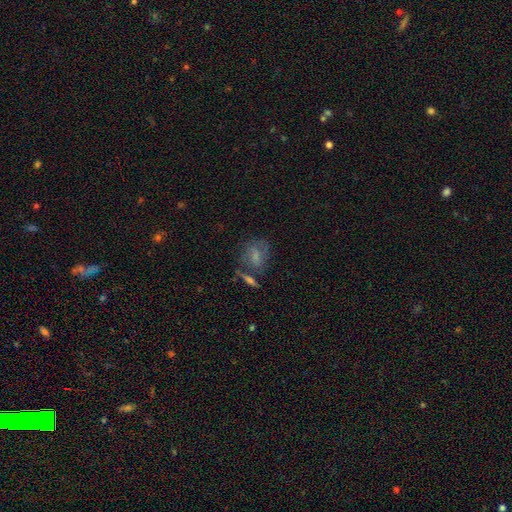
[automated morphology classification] The model was most divided on "smooth or featured": smooth: 55%, featured or disk: 33%, star or artifact: 12%. Remaining: how rounded — in between (62%); merging — none (49%).